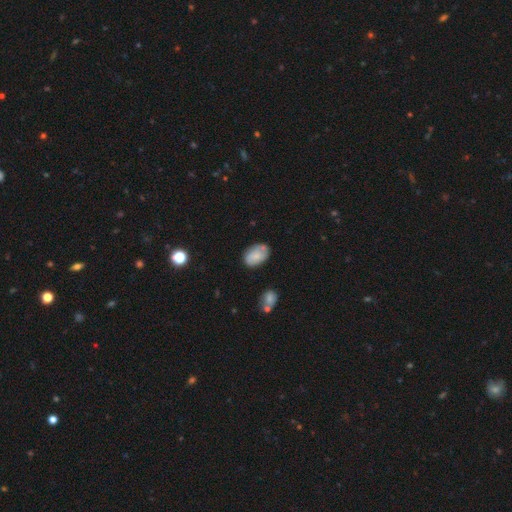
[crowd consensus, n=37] A smooth galaxy with no disk features (84%) that is in between round and cigar-shaped (81%).

Vote fractions:
- Smooth or featured? smooth: 84% / featured or disk: 16% / star or artifact: 0%
- How rounded? in between: 81% / round: 19% / cigar-shaped: 0%
- Merging? none: 62% / minor disturbance: 16% / major disturbance: 11% / merger: 11%